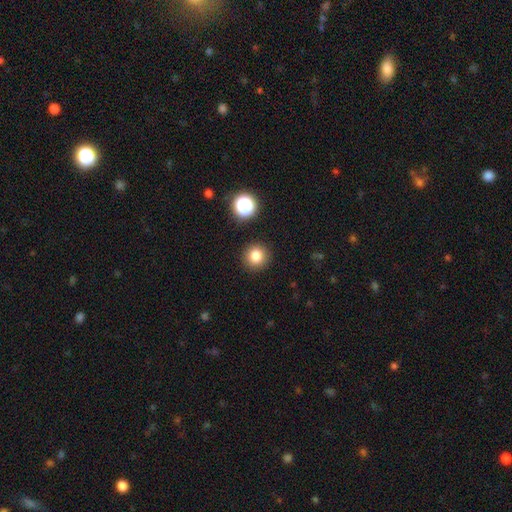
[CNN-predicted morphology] Overall: smooth (81%). How rounded: round (92%). Merging: none (90%).